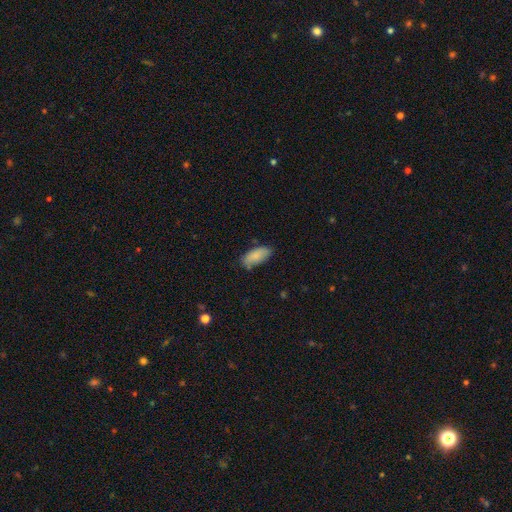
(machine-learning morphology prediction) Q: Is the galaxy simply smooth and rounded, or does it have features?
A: smooth — 86%.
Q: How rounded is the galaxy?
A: in between — 88%.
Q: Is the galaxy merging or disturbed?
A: none — 73%.